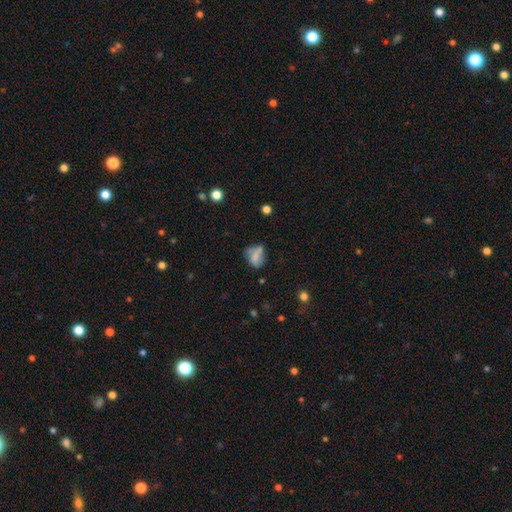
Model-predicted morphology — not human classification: Overall: smooth (59%; featured or disk 29%). How rounded: in between (66%; round 31%). Merging: none (40%; minor disturbance 28%).